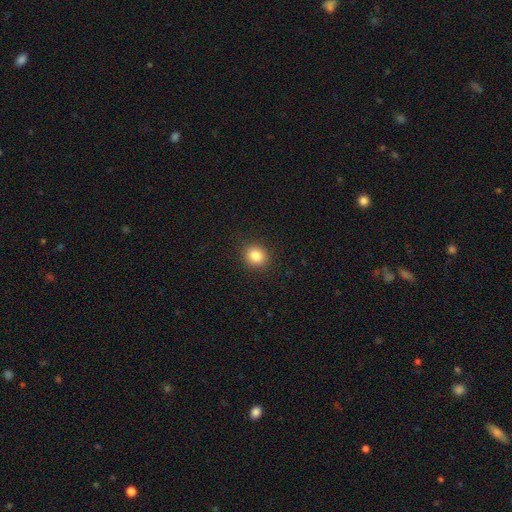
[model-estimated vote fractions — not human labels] This is clearly a smooth galaxy (84%). How rounded: likely round (79%). Merging: clearly none (91%).